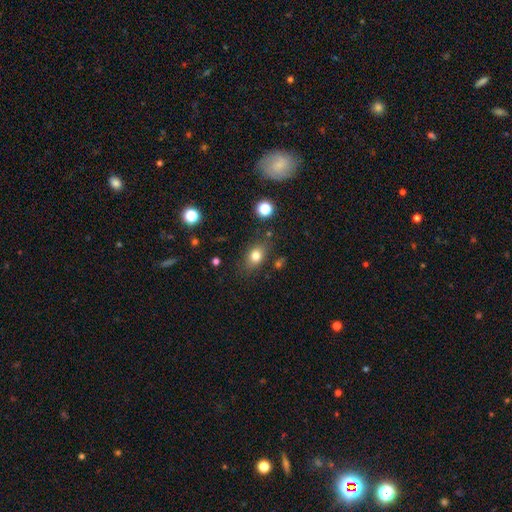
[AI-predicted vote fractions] Q: Smooth or featured?
A: smooth (79%); runner-up: star or artifact (12%)
Q: How rounded?
A: in between (69%); runner-up: round (29%)
Q: Merging?
A: none (79%); runner-up: minor disturbance (13%)